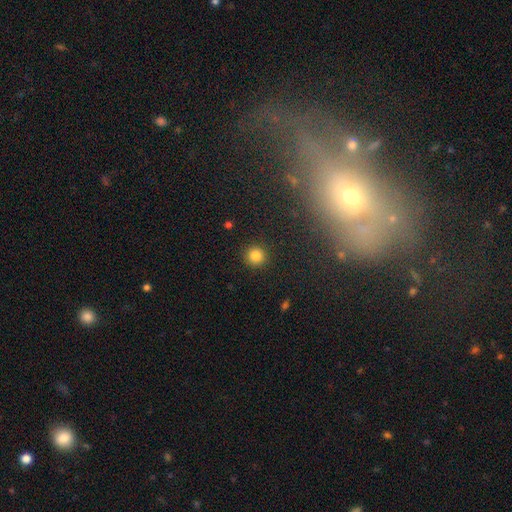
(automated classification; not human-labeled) Smooth or featured? Predicted: smooth (p=0.83). How rounded? Predicted: round (p=0.94). Merging? Predicted: none (p=0.92).